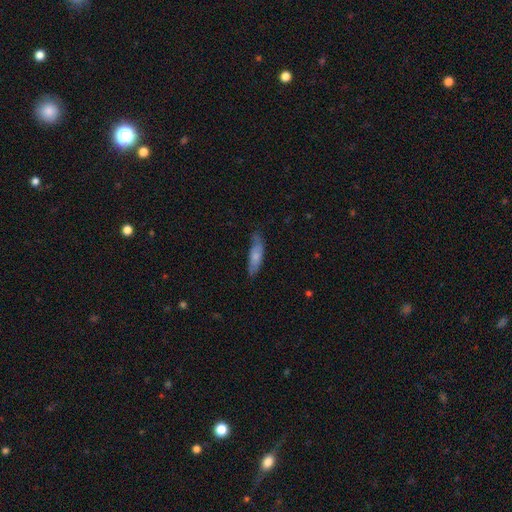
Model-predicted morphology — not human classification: This is likely a smooth galaxy (71%). How rounded: possibly cigar-shaped (55%). Merging: likely none (70%).